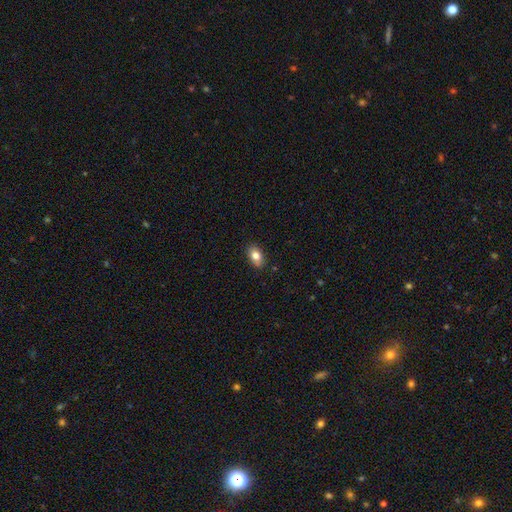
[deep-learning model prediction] Smooth or featured? smooth (80%)
How rounded? in between (87%)
Merging? none (86%)